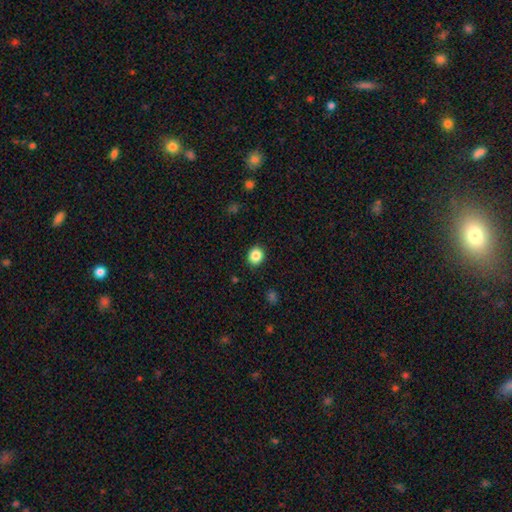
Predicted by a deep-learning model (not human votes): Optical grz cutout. It shows a smooth galaxy with no disk features (87%) that is round (68%). Merging: none (90%).